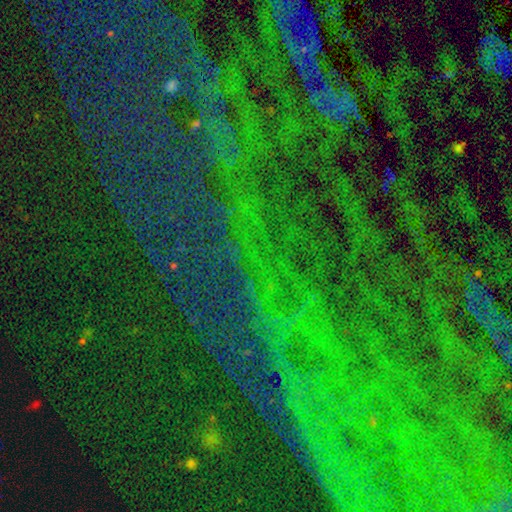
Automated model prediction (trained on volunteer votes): star or artifact 83%, smooth 9%, featured or disk 8%.